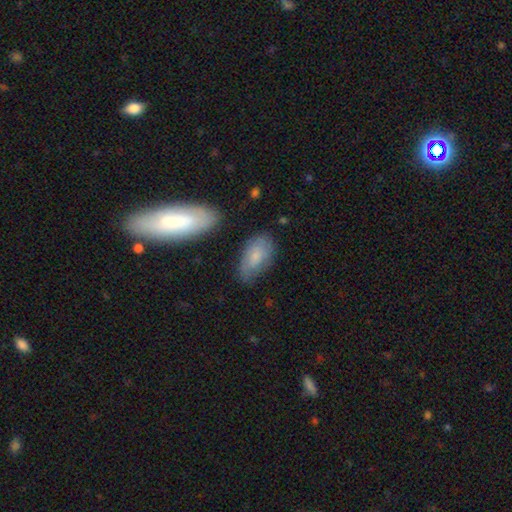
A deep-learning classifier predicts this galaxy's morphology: A smooth galaxy with no disk features (71%) that is in between round and cigar-shaped (92%). Merging: none (62%).